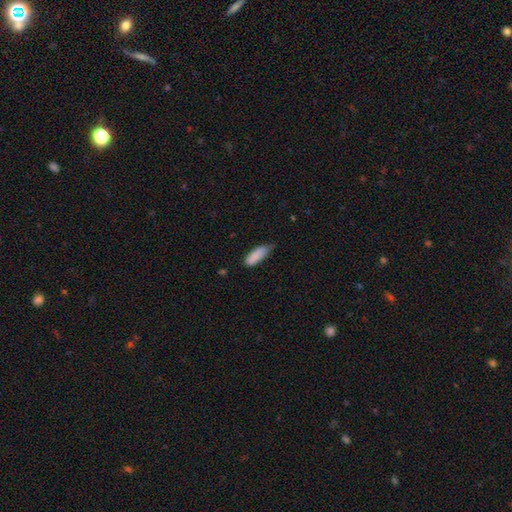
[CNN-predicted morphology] The model was most divided on "merging": none: 55%, minor disturbance: 37%, major disturbance: 6%, merger: 2%. More confident: smooth or featured — smooth (87%); how rounded — in between (59%).